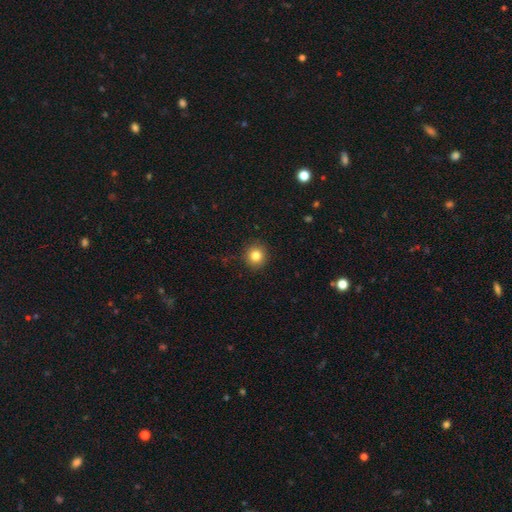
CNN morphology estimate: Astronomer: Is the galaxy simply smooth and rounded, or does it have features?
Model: smooth — 83%.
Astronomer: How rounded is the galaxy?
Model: round — 93%.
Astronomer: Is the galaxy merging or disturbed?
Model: none — 90%.